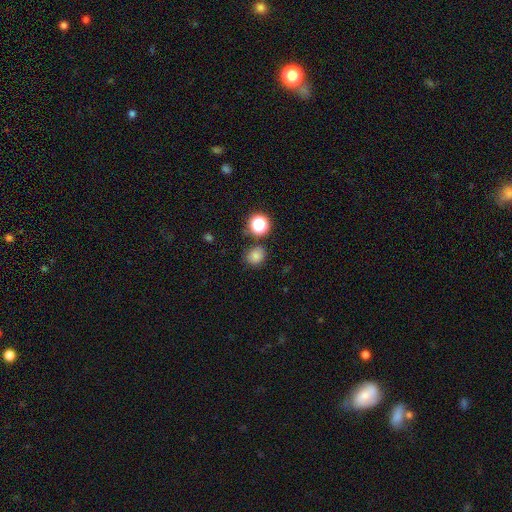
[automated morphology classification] A smooth galaxy with no disk features (78%) that is round (75%).

Vote fractions:
- Smooth or featured? smooth: 78% / star or artifact: 17% / featured or disk: 6%
- How rounded? round: 75% / in between: 24% / cigar-shaped: 1%
- Merging? none: 76% / minor disturbance: 13% / merger: 6% / major disturbance: 4%